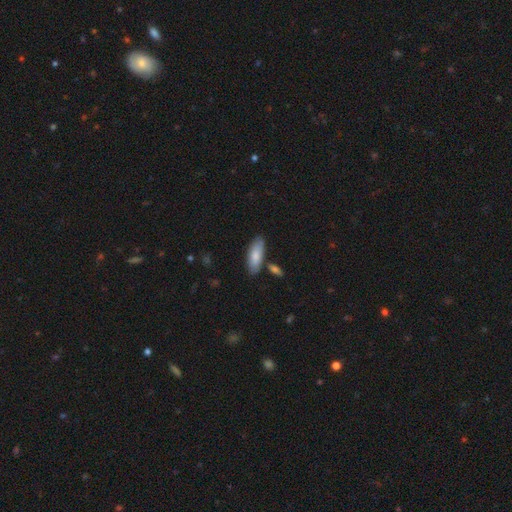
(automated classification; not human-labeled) Smooth or featured?
  - smooth: 80% *
  - featured or disk: 15%
  - star or artifact: 5%
How rounded?
  - in between: 77% *
  - cigar-shaped: 21%
  - round: 2%
Merging?
  - none: 77% *
  - minor disturbance: 14%
  - merger: 6%
  - major disturbance: 3%